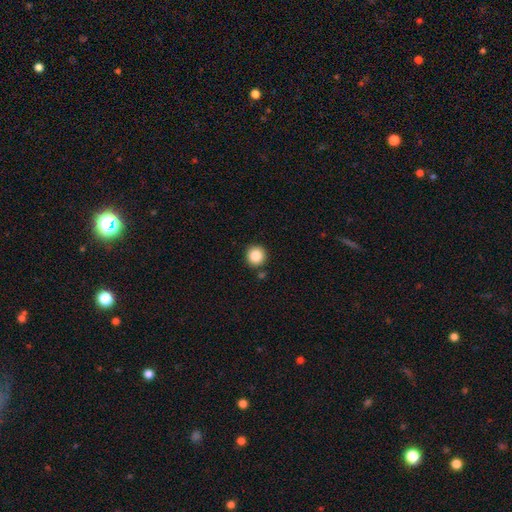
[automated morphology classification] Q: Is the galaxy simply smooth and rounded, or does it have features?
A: smooth — 85%.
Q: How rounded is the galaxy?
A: round — 95%.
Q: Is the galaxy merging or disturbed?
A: none — 87%.